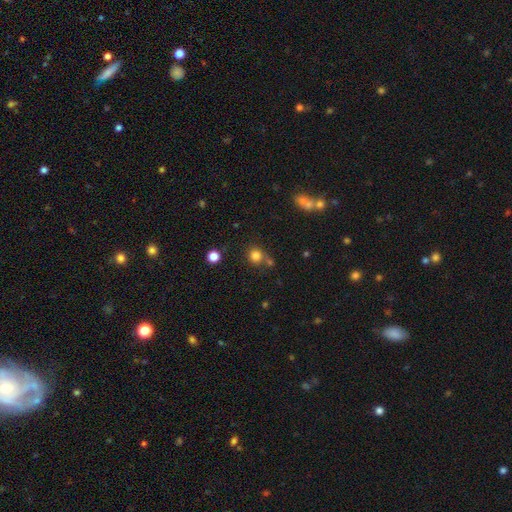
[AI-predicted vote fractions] Q: Smooth or featured?
A: smooth (80%); runner-up: star or artifact (14%)
Q: How rounded?
A: round (88%); runner-up: in between (11%)
Q: Merging?
A: none (66%); runner-up: merger (18%)